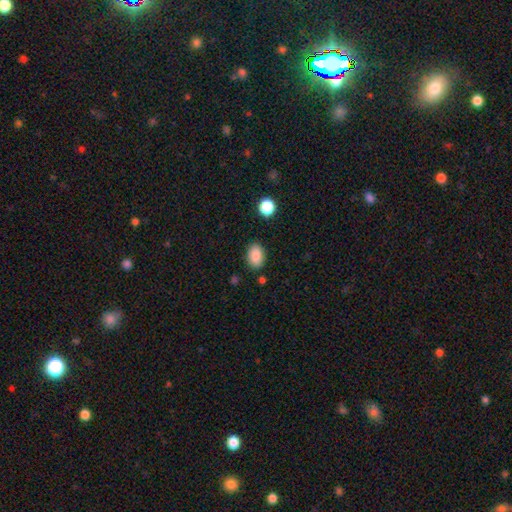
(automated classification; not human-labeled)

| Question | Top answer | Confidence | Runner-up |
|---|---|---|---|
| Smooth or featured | smooth | 87% | star or artifact (8%) |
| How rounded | in between | 85% | round (14%) |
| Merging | none | 84% | minor disturbance (11%) |